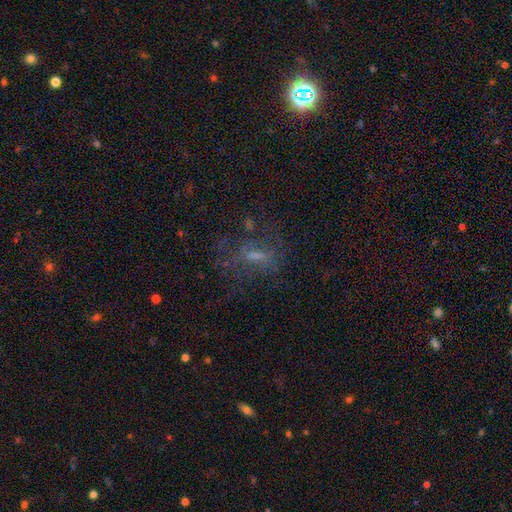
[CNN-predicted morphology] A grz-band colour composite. It shows a featured or disk galaxy (40%). Merging: none (54%).